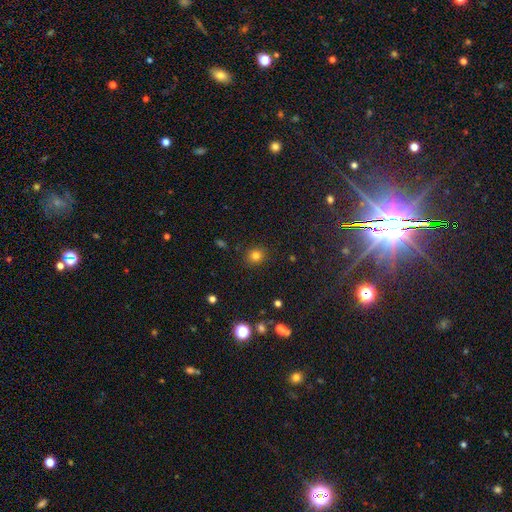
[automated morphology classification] smooth 78%, star or artifact 16%, featured or disk 6%. Down the decision tree: how rounded — round (82%); merging — none (88%).